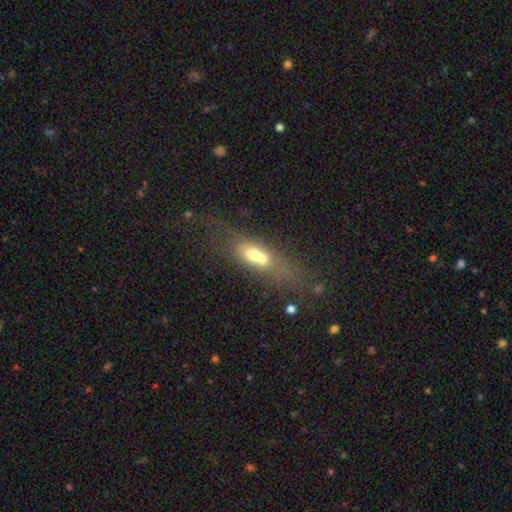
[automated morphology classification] Smooth or featured?
  - smooth: 54% *
  - featured or disk: 34%
  - star or artifact: 12%
How rounded?
  - in between: 61% *
  - cigar-shaped: 29%
  - round: 11%
Merging?
  - merger: 50% *
  - none: 25%
  - major disturbance: 13%
  - minor disturbance: 12%